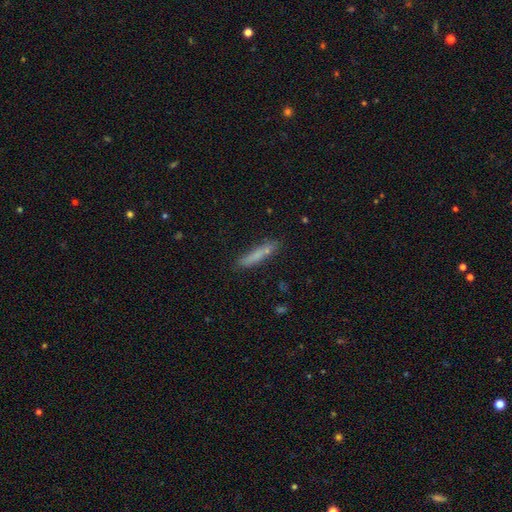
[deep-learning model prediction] Morphology: type=smooth (76%); roundness=cigar-shaped (91%); merging=none (79%).